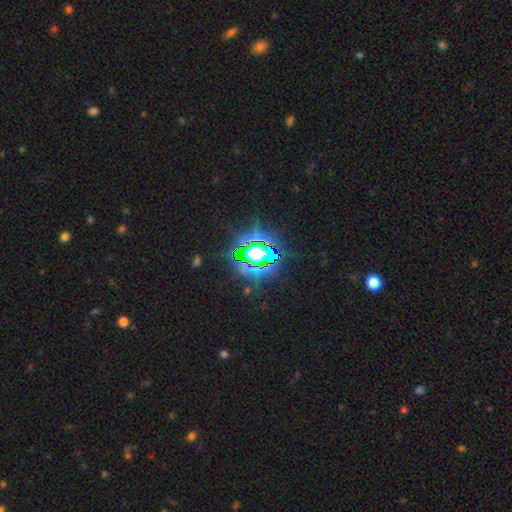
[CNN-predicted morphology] Smooth or featured: star or artifact — 76% (smooth — 13%)